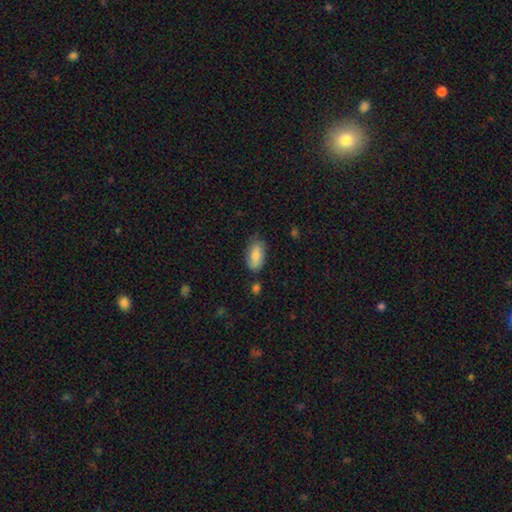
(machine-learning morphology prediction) Q: Smooth or featured?
A: smooth (81%); runner-up: featured or disk (12%)
Q: How rounded?
A: in between (92%); runner-up: cigar-shaped (4%)
Q: Merging?
A: none (70%); runner-up: minor disturbance (22%)